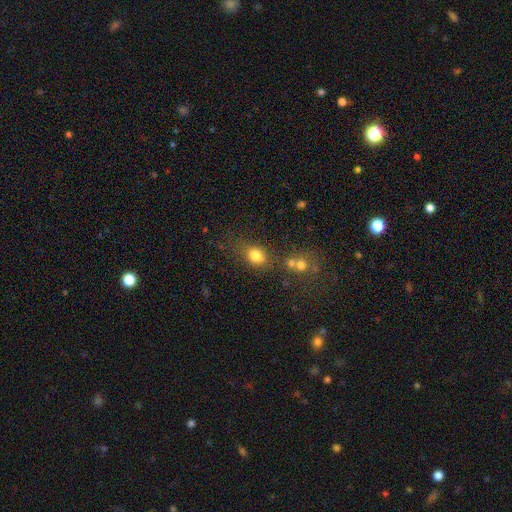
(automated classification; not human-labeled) Q: Smooth or featured?
A: smooth (78%); runner-up: star or artifact (13%)
Q: How rounded?
A: in between (50%); runner-up: round (48%)
Q: Merging?
A: none (60%); runner-up: minor disturbance (17%)